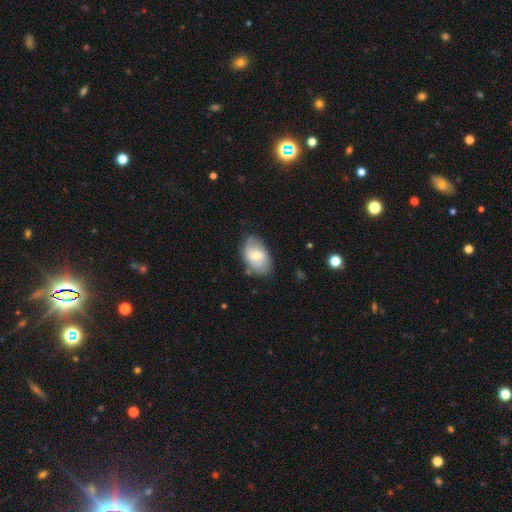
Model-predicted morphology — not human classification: A featured or disk galaxy (60%) with a weak bar (47%), spiral arms (82%) and a moderate central bulge (61%).

Vote fractions:
- Smooth or featured? featured or disk: 60% / smooth: 33% / star or artifact: 6%
- Edge-on disk? no: 95% / yes: 5%
- Bar? weak: 47% / no: 43% / strong: 9%
- Spiral arms? yes: 82% / no: 18%
- Bulge size? moderate: 61% / small: 33% / large: 4% / none: 1% / dominant: 1%
- Merging? none: 69% / minor disturbance: 23% / major disturbance: 6% / merger: 2%